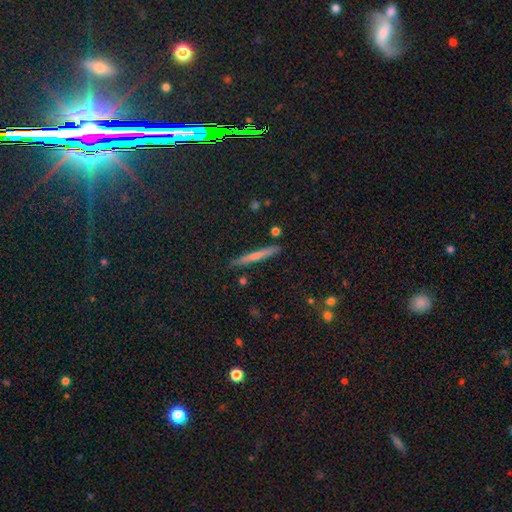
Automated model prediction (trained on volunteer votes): smooth-or-featured: star or artifact: 41% | featured or disk: 36% | smooth: 23%